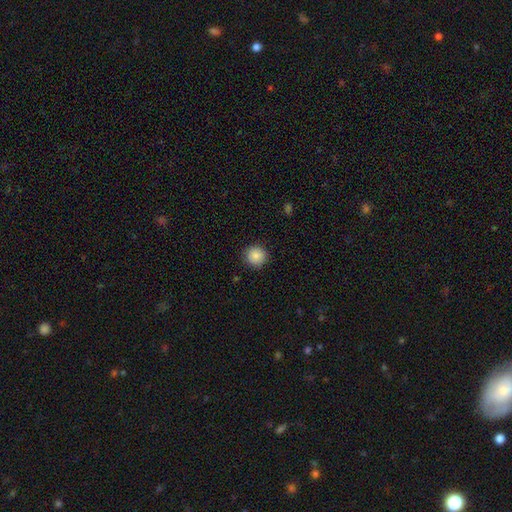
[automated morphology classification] Smooth or featured? smooth (87%)
How rounded? round (93%)
Merging? none (90%)